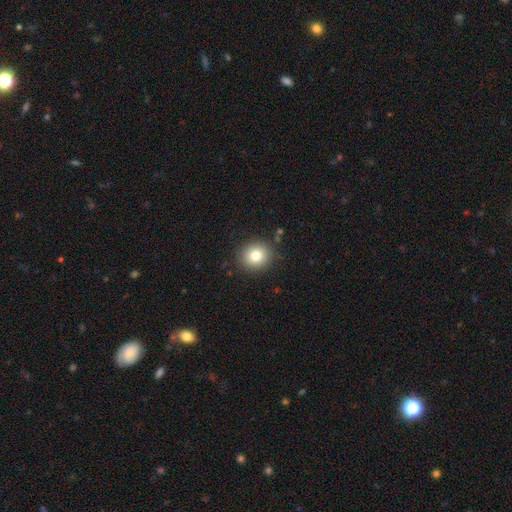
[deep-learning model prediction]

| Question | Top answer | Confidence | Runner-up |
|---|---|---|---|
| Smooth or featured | smooth | 78% | star or artifact (12%) |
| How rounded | round | 88% | in between (11%) |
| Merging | none | 88% | minor disturbance (8%) |